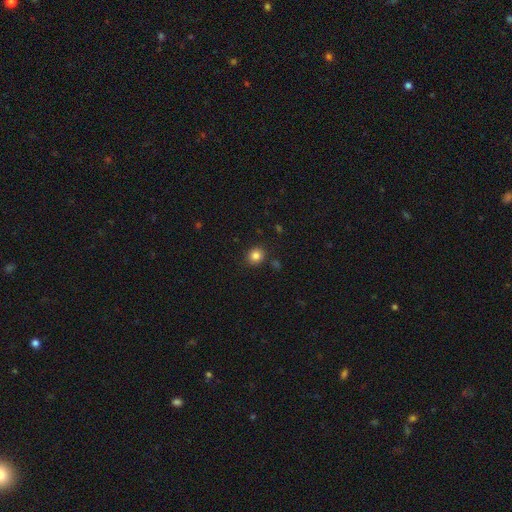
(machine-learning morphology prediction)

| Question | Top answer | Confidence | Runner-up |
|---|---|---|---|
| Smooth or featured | smooth | 84% | star or artifact (11%) |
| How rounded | round | 82% | in between (17%) |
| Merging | none | 88% | minor disturbance (7%) |